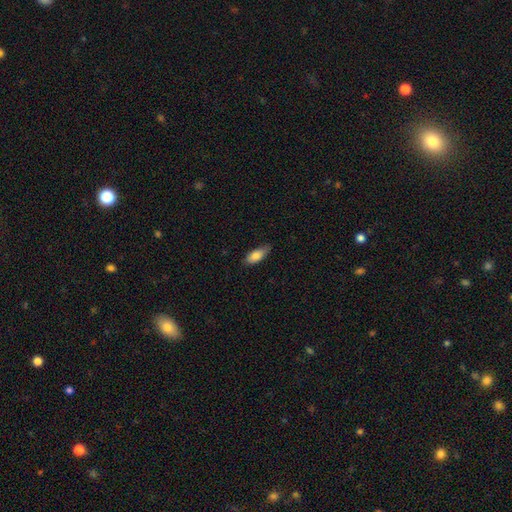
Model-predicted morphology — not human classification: A smooth galaxy with no disk features (81%) that is in between round and cigar-shaped (76%).

Vote fractions:
- Smooth or featured? smooth: 81% / featured or disk: 12% / star or artifact: 6%
- How rounded? in between: 76% / cigar-shaped: 21% / round: 2%
- Merging? none: 74% / minor disturbance: 22% / major disturbance: 3% / merger: 1%